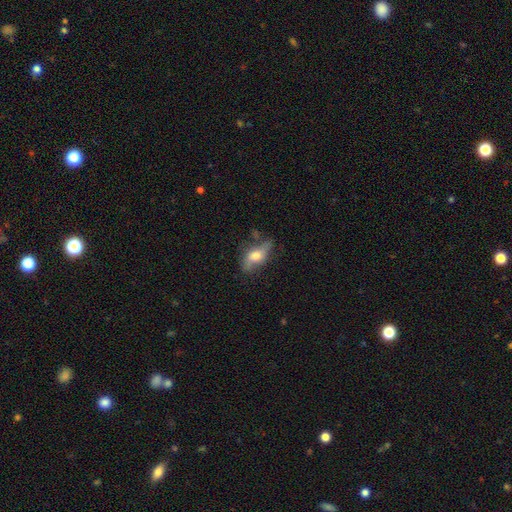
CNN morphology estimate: This is possibly a smooth galaxy (51%). How rounded: likely in between (76%). Merging: possibly none (54%).